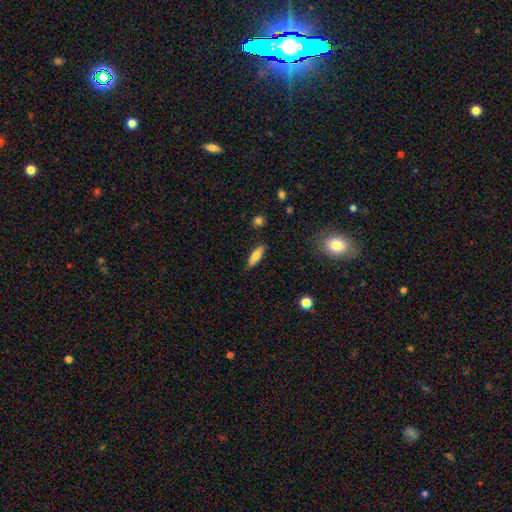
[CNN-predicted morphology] Smooth or featured?
  - smooth: 70% *
  - featured or disk: 23%
  - star or artifact: 7%
How rounded?
  - cigar-shaped: 49% * (tied)
  - in between: 49% * (tied)
  - round: 2%
Merging?
  - none: 85% *
  - minor disturbance: 11%
  - major disturbance: 2%
  - merger: 2%